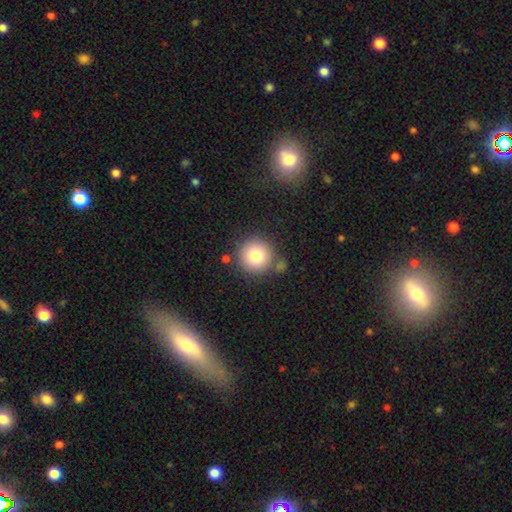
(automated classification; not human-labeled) A smooth galaxy with no disk features (79%) that is round (95%). Merging: none (80%).